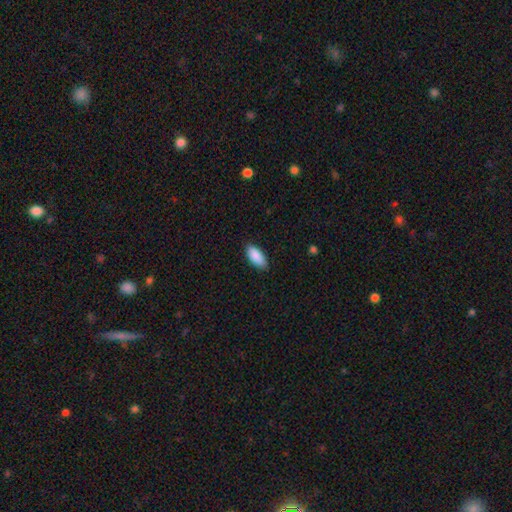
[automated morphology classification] Q: Smooth or featured?
A: smooth (90%); runner-up: star or artifact (6%)
Q: How rounded?
A: in between (88%); runner-up: cigar-shaped (10%)
Q: Merging?
A: none (85%); runner-up: minor disturbance (12%)